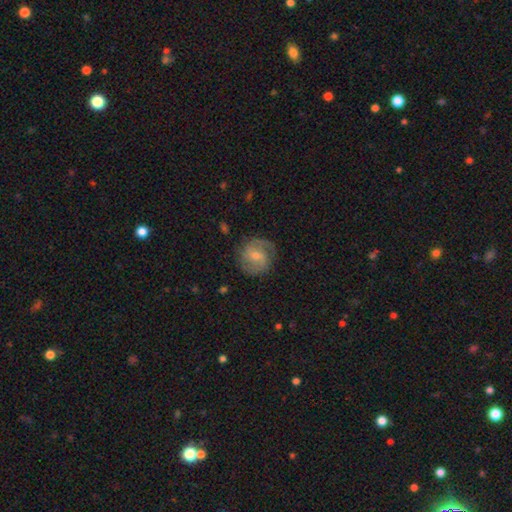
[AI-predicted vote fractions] Smooth or featured?
  - featured or disk: 69% *
  - smooth: 23%
  - star or artifact: 8%
Edge-on disk?
  - no: 97% *
  - yes: 3%
Bar?
  - weak: 47% *
  - no: 40%
  - strong: 13%
Spiral arms?
  - yes: 90% *
  - no: 10%
Spiral winding?
  - medium: 44% *
  - tight: 37%
  - loose: 19%
Spiral arm count?
  - 2: 70% *
  - can't tell: 14%
  - 1: 7%
  - 3: 5%
  - 4: 2%
  - more than 4: 2%
Bulge size?
  - small: 57% *
  - moderate: 38%
  - none: 3%
  - large: 2%
  - dominant: 1%
Merging?
  - none: 76% *
  - minor disturbance: 16%
  - major disturbance: 6%
  - merger: 1%